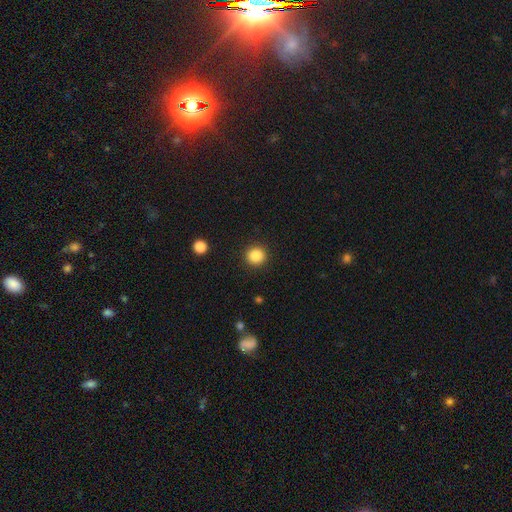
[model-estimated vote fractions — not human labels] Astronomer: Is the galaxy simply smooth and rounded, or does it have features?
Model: smooth — 87%.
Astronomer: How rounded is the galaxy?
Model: round — 94%.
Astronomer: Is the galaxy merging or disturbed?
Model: none — 92%.